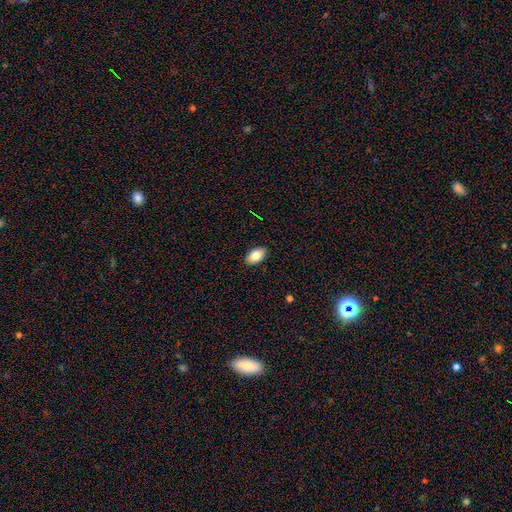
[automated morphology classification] A smooth galaxy with no disk features (83%) that is in between round and cigar-shaped (93%). Merging: none (89%).